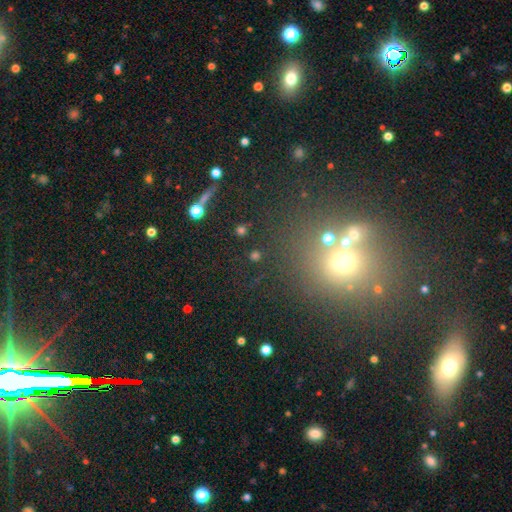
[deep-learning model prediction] This is possibly a smooth galaxy (49%). Merging: likely none (72%).